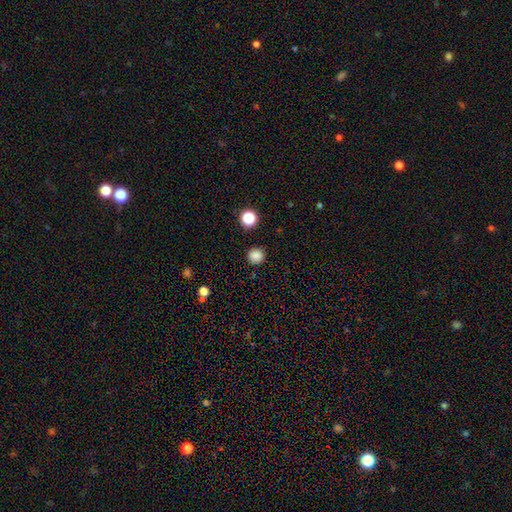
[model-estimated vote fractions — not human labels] Morphology: type=smooth (84%); roundness=round (92%); merging=none (90%).